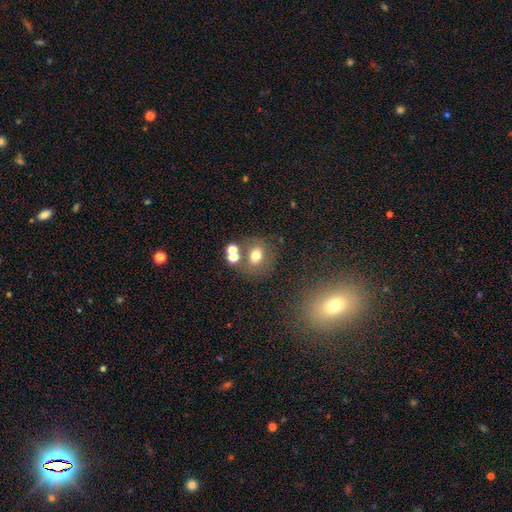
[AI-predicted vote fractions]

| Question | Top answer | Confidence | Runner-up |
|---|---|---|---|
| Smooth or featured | smooth | 69% | star or artifact (16%) |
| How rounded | round | 65% | in between (34%) |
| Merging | none | 62% | merger (20%) |